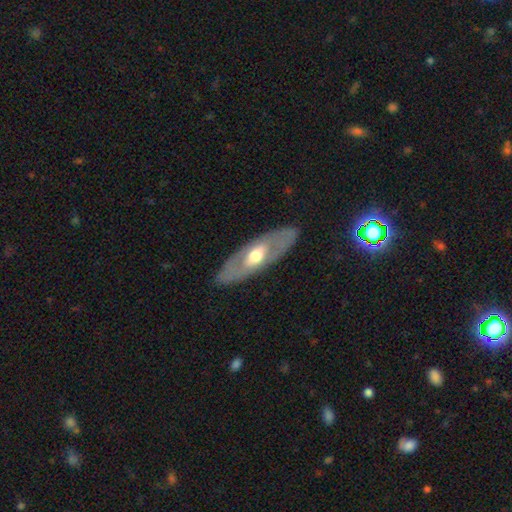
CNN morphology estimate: Smooth or featured: featured or disk — 61% (smooth — 34%)
Edge-on disk: no — 71% (yes — 29%)
Merging: none — 85% (minor disturbance — 11%)